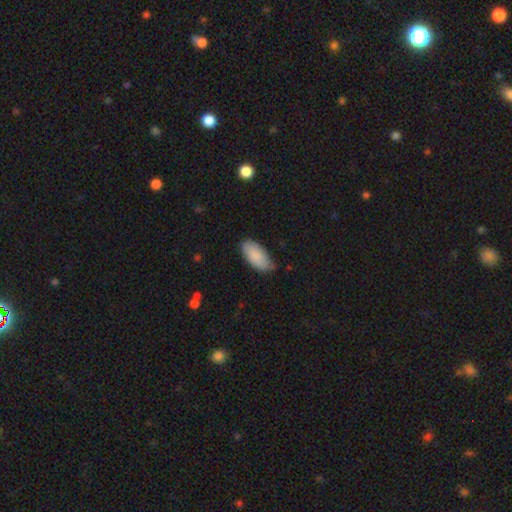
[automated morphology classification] The model was most divided on "merging": none: 75%, minor disturbance: 20%, major disturbance: 3%, merger: 1%. More confident: how rounded — in between (93%); smooth or featured — smooth (89%).